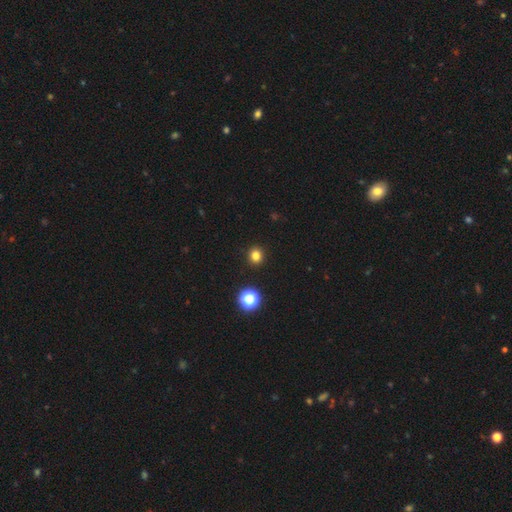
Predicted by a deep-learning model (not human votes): Smooth or featured? smooth (80%)
How rounded? round (89%)
Merging? none (92%)